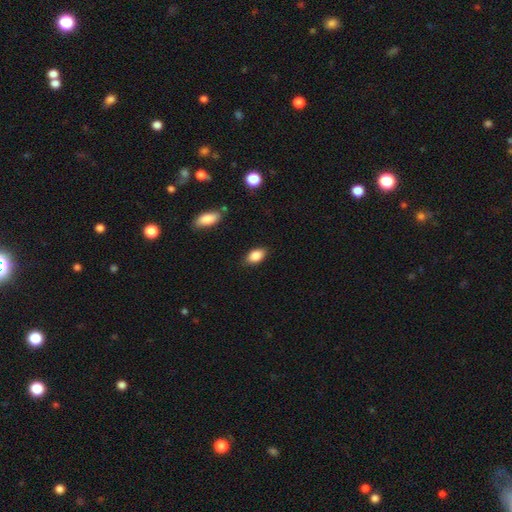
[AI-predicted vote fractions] smooth 87%, star or artifact 8%, featured or disk 6%. Down the decision tree: how rounded — in between (90%); merging — none (85%).